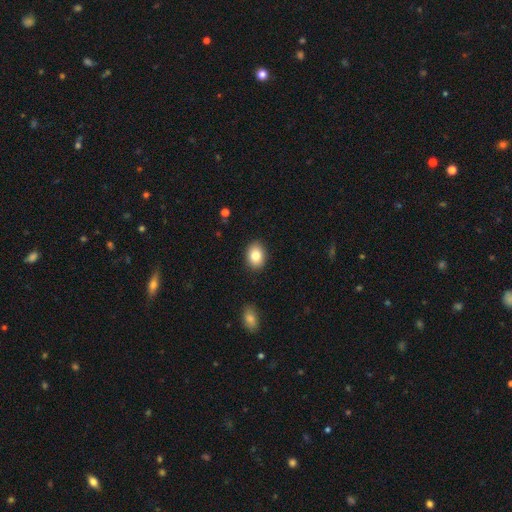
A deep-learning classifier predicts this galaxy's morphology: A smooth galaxy with no disk features (83%) that is in between round and cigar-shaped (71%). Merging: none (89%).